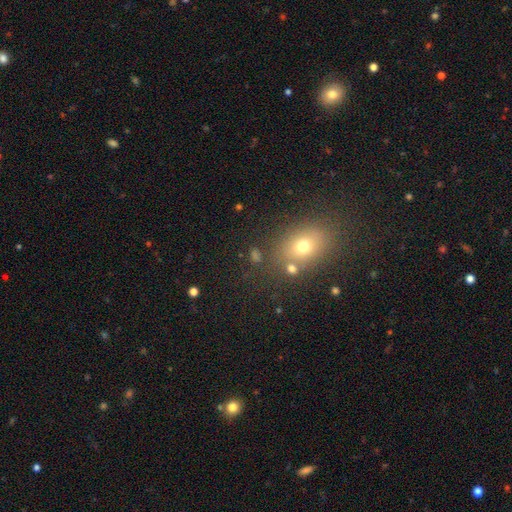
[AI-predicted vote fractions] A smooth galaxy with no disk features (59%) that is in between round and cigar-shaped (52%).

Vote fractions:
- Smooth or featured? smooth: 59% / star or artifact: 27% / featured or disk: 14%
- How rounded? in between: 52% / round: 45% / cigar-shaped: 3%
- Merging? none: 73% / minor disturbance: 12% / merger: 9% / major disturbance: 6%